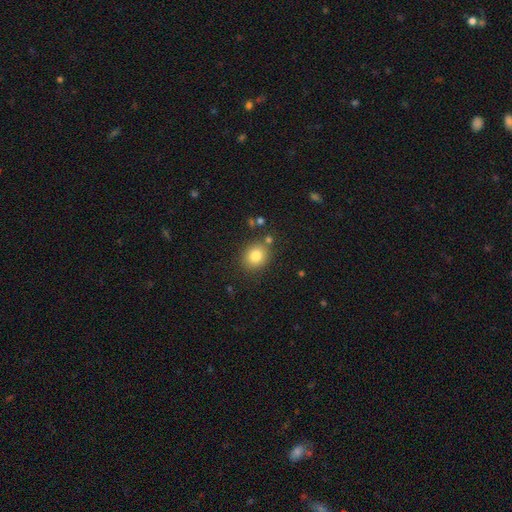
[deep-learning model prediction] The model was most divided on "how rounded": round: 69%, in between: 30%, cigar-shaped: 1%. More confident: smooth or featured — smooth (82%); merging — none (80%).